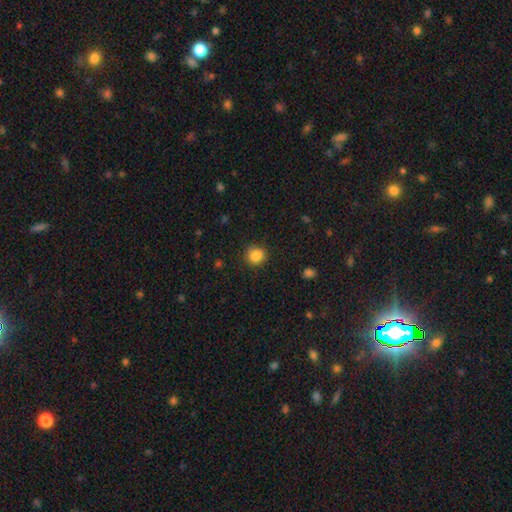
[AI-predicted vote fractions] Overall: smooth (85%). How rounded: round (79%). Merging: none (77%).